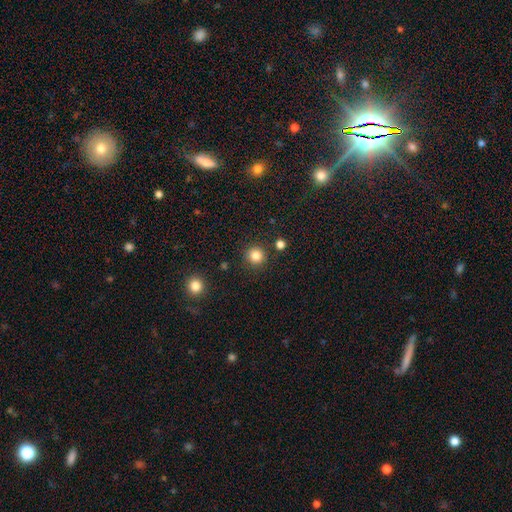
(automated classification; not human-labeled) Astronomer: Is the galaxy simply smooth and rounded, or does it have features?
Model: smooth — 84%.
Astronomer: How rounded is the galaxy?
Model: round — 94%.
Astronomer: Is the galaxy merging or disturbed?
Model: none — 89%.